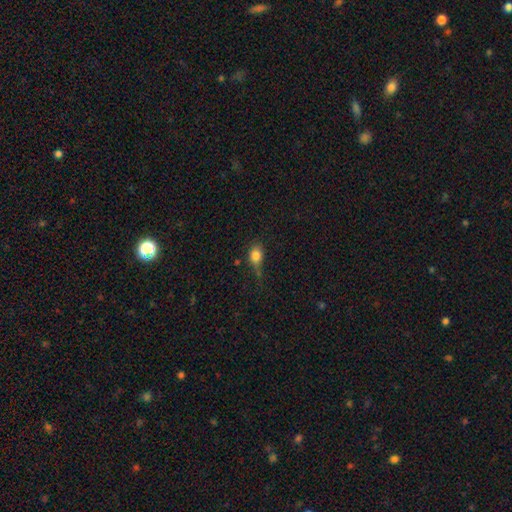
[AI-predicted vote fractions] A smooth galaxy with no disk features (82%) that is in between round and cigar-shaped (62%). Merging: none (48%).